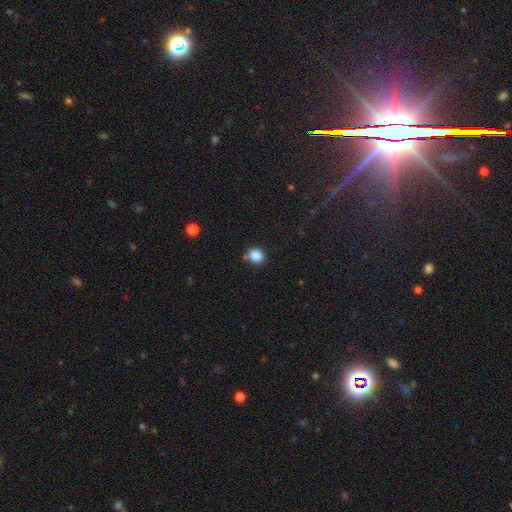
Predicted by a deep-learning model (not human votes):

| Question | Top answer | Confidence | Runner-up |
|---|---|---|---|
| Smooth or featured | smooth | 86% | star or artifact (11%) |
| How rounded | round | 63% | in between (36%) |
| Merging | none | 76% | minor disturbance (14%) |